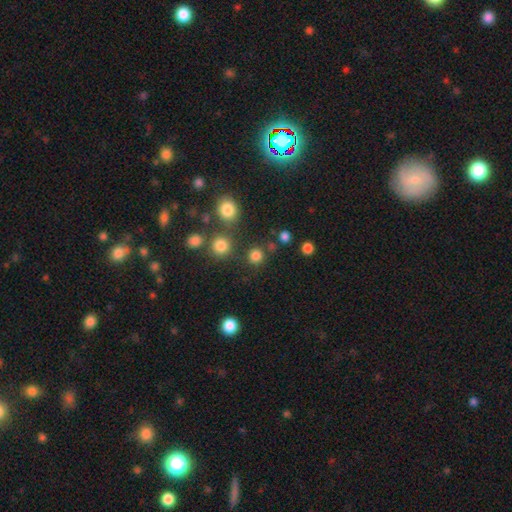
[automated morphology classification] type=smooth (81%); roundness=round (91%); merging=none (81%).